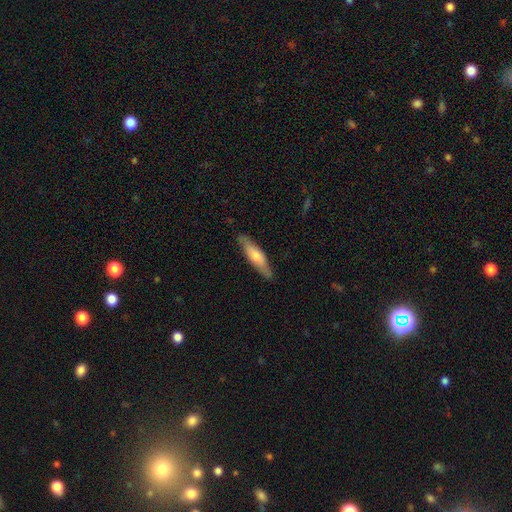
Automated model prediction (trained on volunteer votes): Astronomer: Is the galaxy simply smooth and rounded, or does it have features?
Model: smooth — 56% (runner-up: featured or disk, 39%).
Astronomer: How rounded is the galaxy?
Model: cigar-shaped — 72%.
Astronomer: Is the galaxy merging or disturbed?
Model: none — 83%.